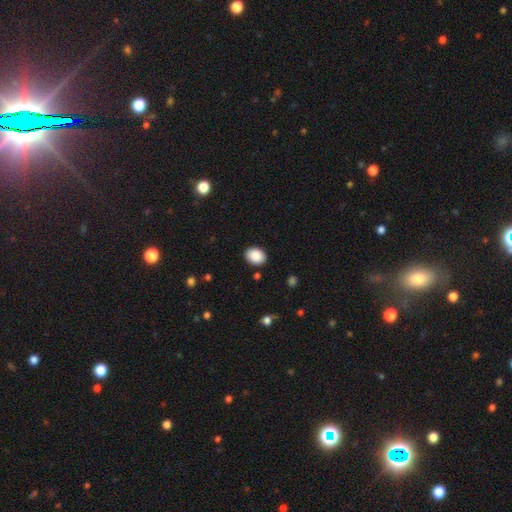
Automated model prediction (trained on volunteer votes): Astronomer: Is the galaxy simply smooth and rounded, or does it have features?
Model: smooth — 88%.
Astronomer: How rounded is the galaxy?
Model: in between — 65%.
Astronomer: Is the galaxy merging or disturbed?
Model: none — 88%.